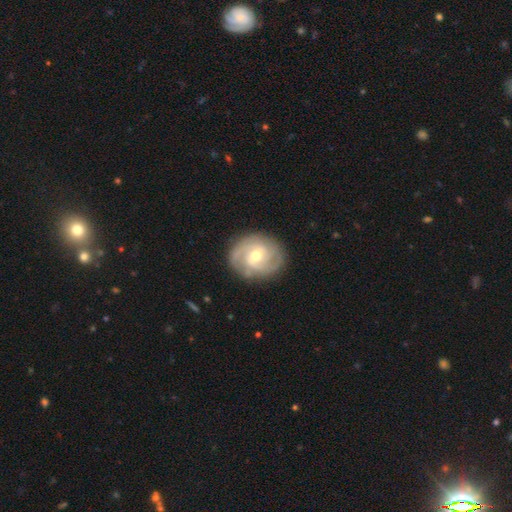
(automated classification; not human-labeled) featured or disk 79%, smooth 16%, star or artifact 5%. Down the decision tree: edge-on disk — no (97%); bar — weak (45%); spiral arms — yes (92%); spiral arm count — 2 (42%); spiral winding — tight (52%); bulge size — moderate (66%); merging — none (81%).